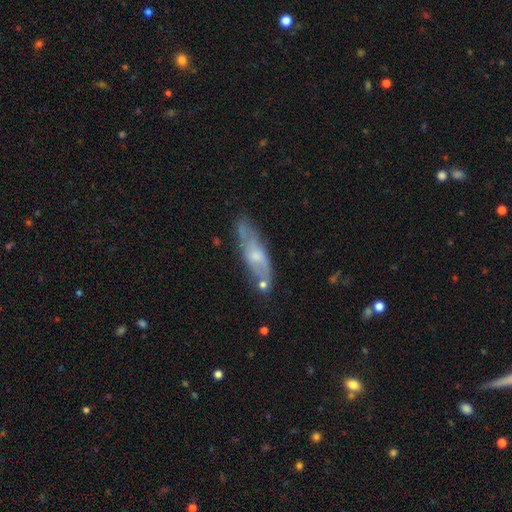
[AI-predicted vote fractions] A featured or disk galaxy (56%).

Vote fractions:
- Smooth or featured? featured or disk: 56% / smooth: 36% / star or artifact: 7%
- Edge-on disk? no: 61% / yes: 39%
- Merging? none: 65% / minor disturbance: 21% / merger: 8% / major disturbance: 6%